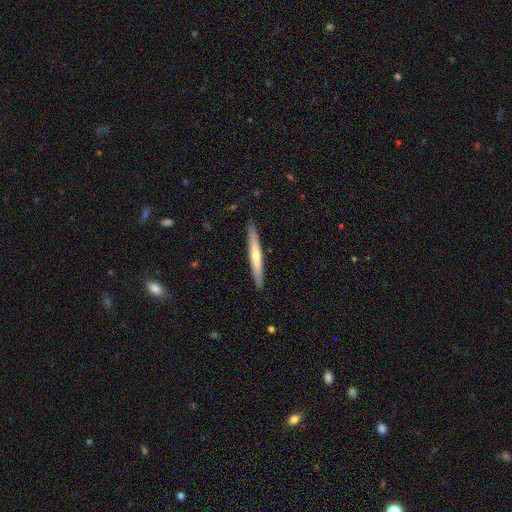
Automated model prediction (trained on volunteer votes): smooth-or-featured: featured or disk: 49% | smooth: 46% | star or artifact: 5%
  merging: none: 90% | minor disturbance: 7% | major disturbance: 1% | merger: 1%